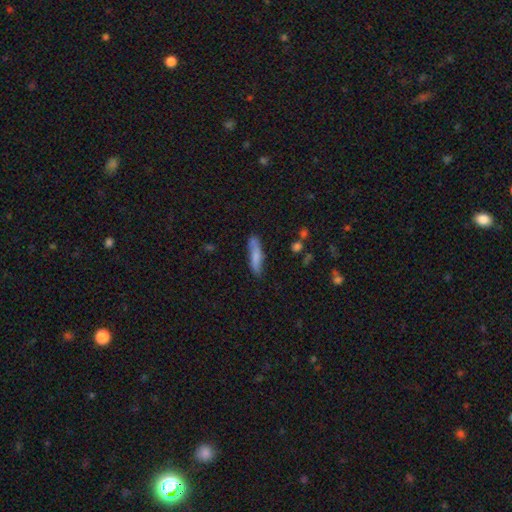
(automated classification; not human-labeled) Smooth or featured?
  - smooth: 73% *
  - featured or disk: 21%
  - star or artifact: 6%
How rounded?
  - cigar-shaped: 76% *
  - in between: 22%
  - round: 2%
Merging?
  - none: 75% *
  - minor disturbance: 18%
  - major disturbance: 4%
  - merger: 3%